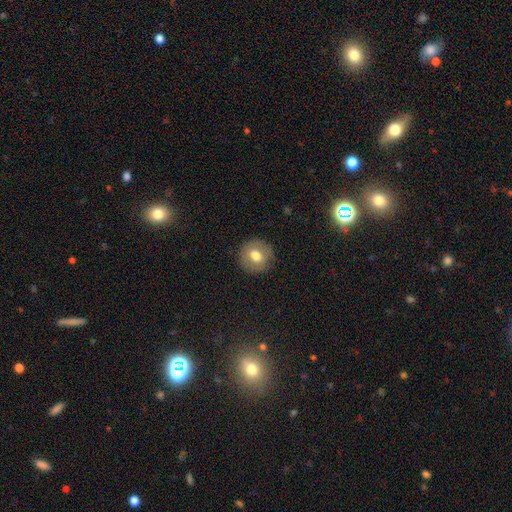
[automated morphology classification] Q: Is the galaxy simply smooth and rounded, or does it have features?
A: smooth — 70%.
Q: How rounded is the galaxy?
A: round — 90%.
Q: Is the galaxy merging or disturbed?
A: none — 88%.